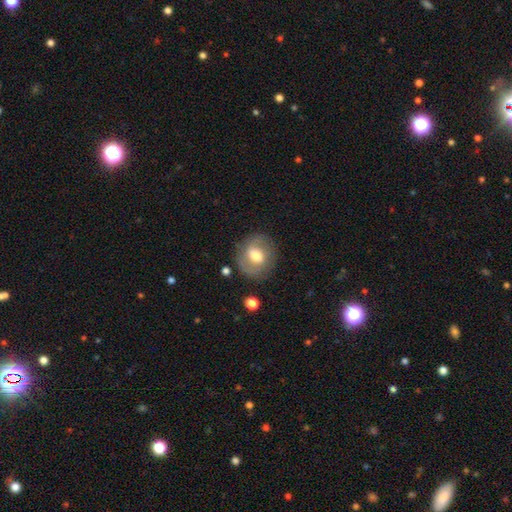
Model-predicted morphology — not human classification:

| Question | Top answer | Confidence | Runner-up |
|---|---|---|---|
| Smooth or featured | smooth | 53% | featured or disk (40%) |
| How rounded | round | 71% | in between (28%) |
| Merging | none | 77% | minor disturbance (15%) |